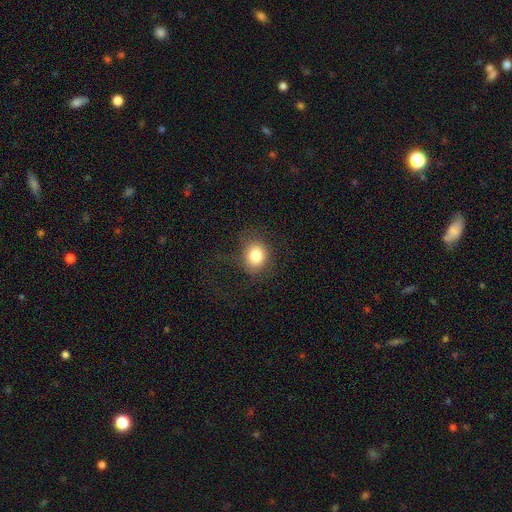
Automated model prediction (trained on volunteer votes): Q: Smooth or featured?
A: smooth (80%); runner-up: star or artifact (12%)
Q: How rounded?
A: round (73%); runner-up: in between (26%)
Q: Merging?
A: none (77%); runner-up: minor disturbance (14%)